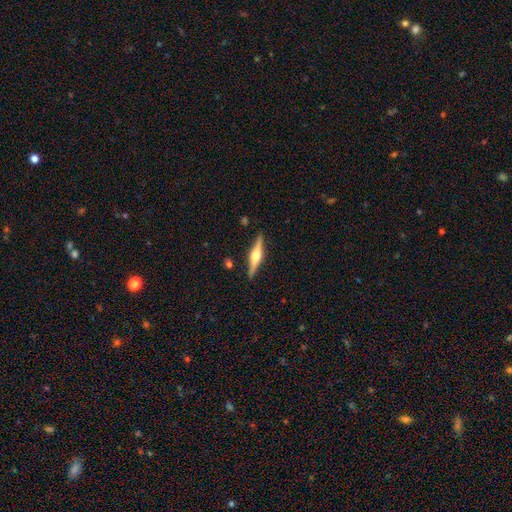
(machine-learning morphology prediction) Smooth or featured? Predicted: featured or disk (p=0.76). Edge-on disk? Predicted: yes (p=0.98). Edge-on bulge? Predicted: rounded (p=0.94). Merging? Predicted: none (p=0.89).